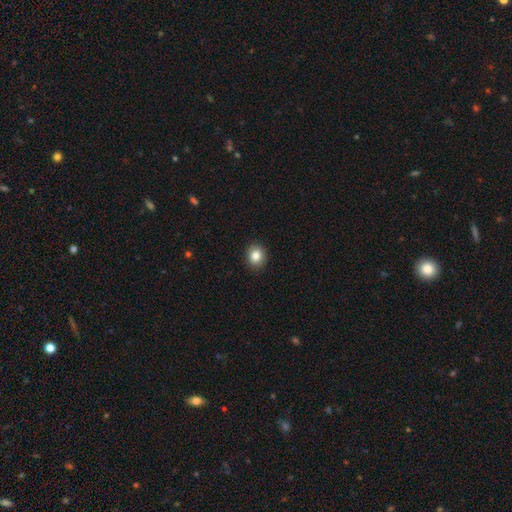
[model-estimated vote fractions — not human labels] This appears to be a smooth galaxy with no disk features (84%) that is round (69%). Merging: none (90%).